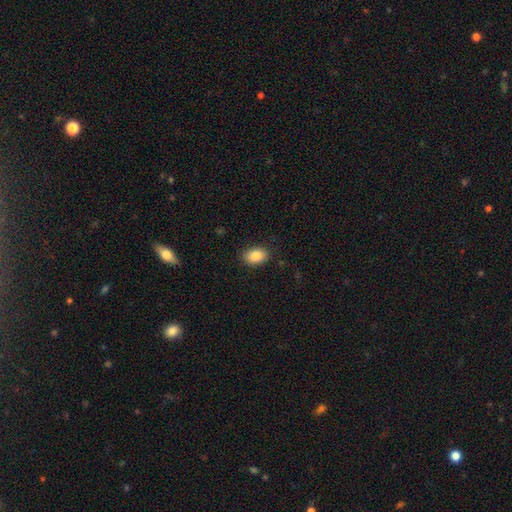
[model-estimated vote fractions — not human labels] smooth 86%, star or artifact 8%, featured or disk 6%. Down the decision tree: how rounded — in between (82%); merging — none (86%).